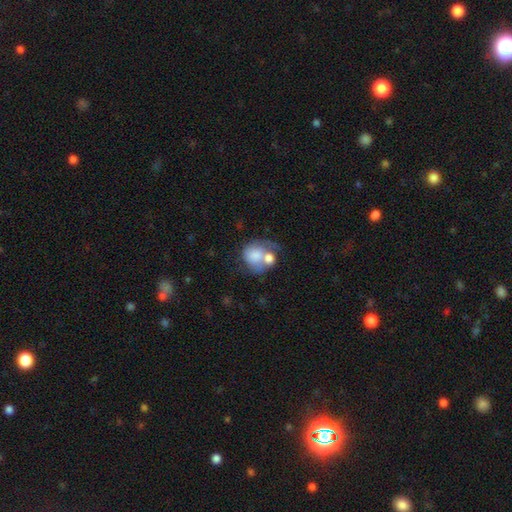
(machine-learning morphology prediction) Q: Smooth or featured?
A: smooth (66%); runner-up: featured or disk (26%)
Q: How rounded?
A: round (64%); runner-up: in between (35%)
Q: Merging?
A: merger (54%); runner-up: none (19%)